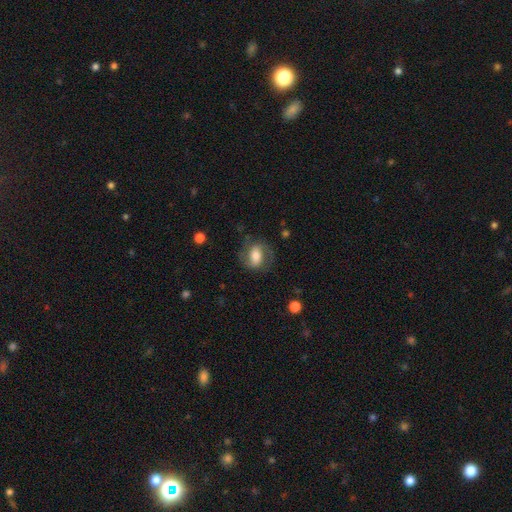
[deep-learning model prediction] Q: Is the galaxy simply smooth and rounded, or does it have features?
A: featured or disk — 55%.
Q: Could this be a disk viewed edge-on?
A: no — 96%.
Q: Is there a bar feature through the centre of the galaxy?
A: weak — 40%.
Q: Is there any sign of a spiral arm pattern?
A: yes — 85%.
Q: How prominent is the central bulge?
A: moderate — 54%.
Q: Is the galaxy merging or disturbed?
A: none — 69%.